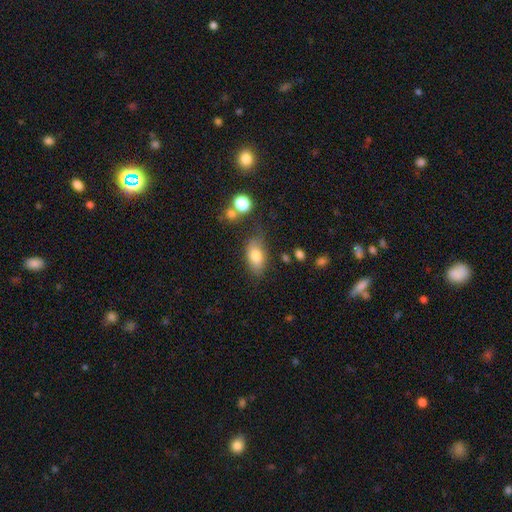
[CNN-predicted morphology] Smooth or featured?
  - smooth: 79% *
  - featured or disk: 13%
  - star or artifact: 8%
How rounded?
  - in between: 89% *
  - round: 7%
  - cigar-shaped: 4%
Merging?
  - none: 68% *
  - minor disturbance: 21%
  - major disturbance: 6%
  - merger: 5%